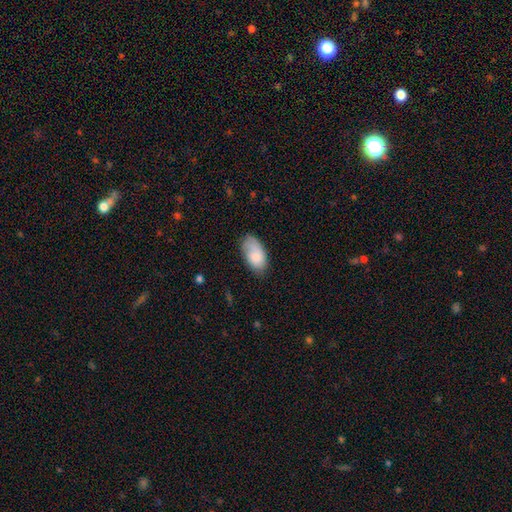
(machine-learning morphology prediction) Overall: smooth (79%). How rounded: in between (94%). Merging: none (66%).